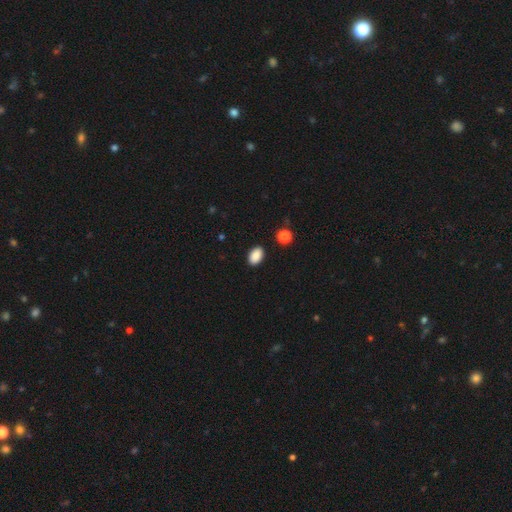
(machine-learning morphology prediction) smooth_or_featured: smooth (p=0.88) [alt: star or artifact p=0.08]
how_rounded: in between (p=0.89) [alt: round p=0.09]
merging: none (p=0.89) [alt: minor disturbance p=0.08]